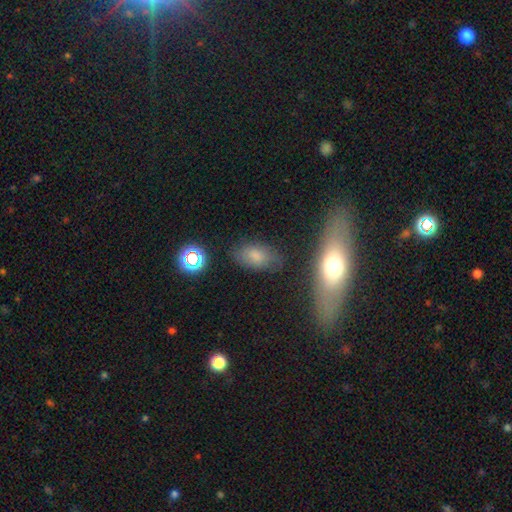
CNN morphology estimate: Smooth or featured?
  - smooth: 76% *
  - star or artifact: 12%
  - featured or disk: 12%
How rounded?
  - in between: 91% *
  - round: 7%
  - cigar-shaped: 3%
Merging?
  - none: 76% *
  - minor disturbance: 16%
  - major disturbance: 5%
  - merger: 3%